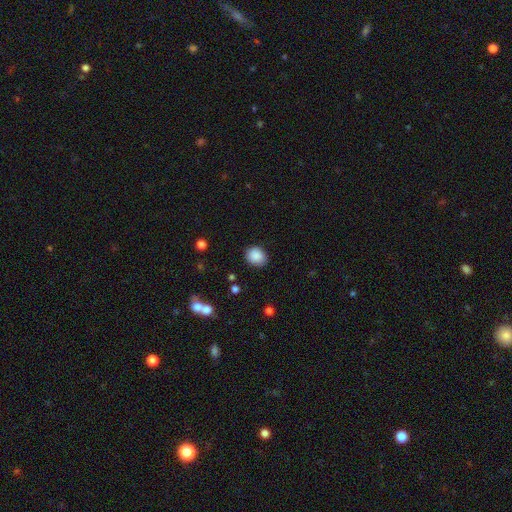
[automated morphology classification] Smooth or featured? Predicted: smooth (p=0.87). How rounded? Predicted: round (p=0.63). Merging? Predicted: none (p=0.84).